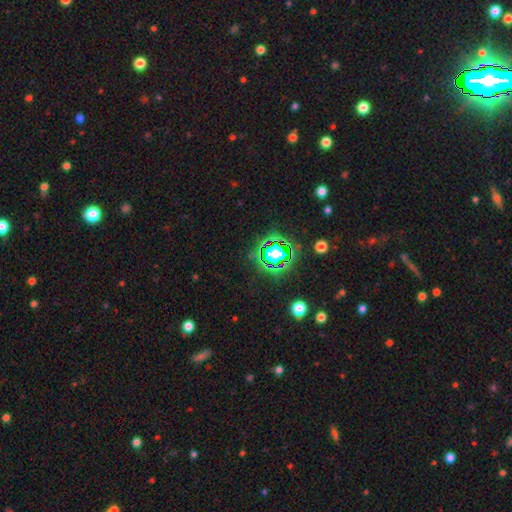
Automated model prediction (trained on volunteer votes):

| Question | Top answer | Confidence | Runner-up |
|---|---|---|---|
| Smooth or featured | star or artifact | 77% | smooth (14%) |